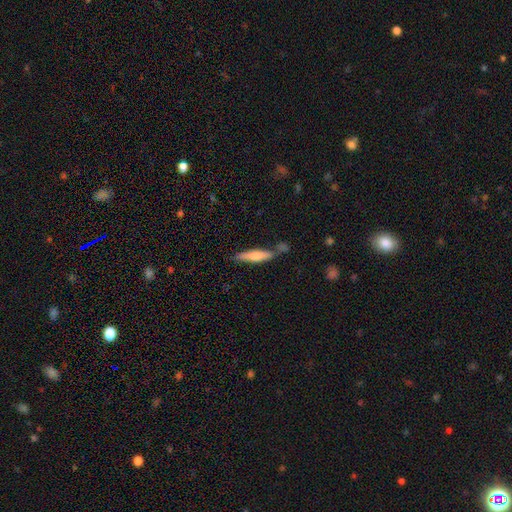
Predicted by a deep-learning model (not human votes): smooth 62%, featured or disk 33%, star or artifact 6%. Down the decision tree: how rounded — cigar-shaped (83%); merging — none (63%).